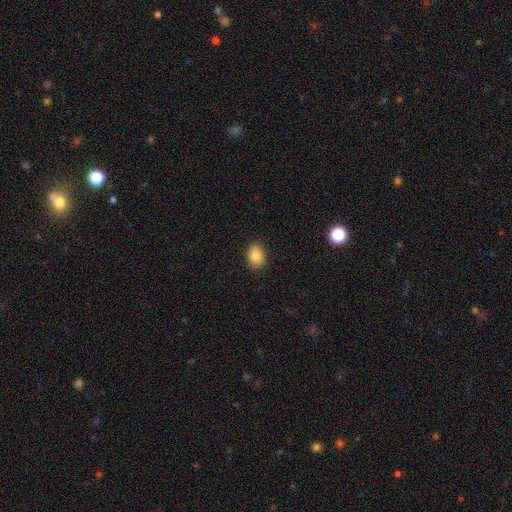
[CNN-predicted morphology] Overall: smooth (85%). How rounded: in between (65%; round 34%). Merging: none (88%).